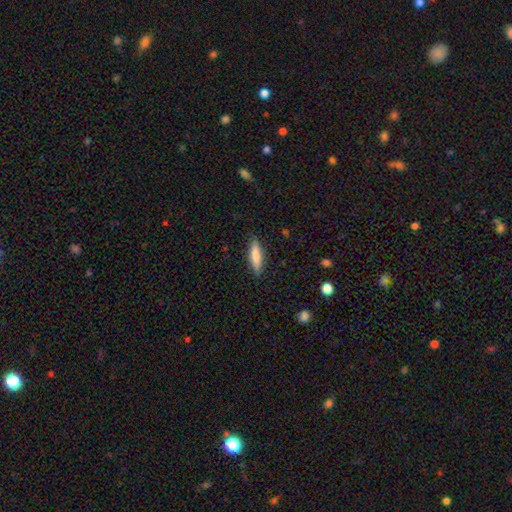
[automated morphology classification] This appears to be a smooth galaxy with no disk features (76%) that is cigar-shaped (74%). Merging: none (87%).